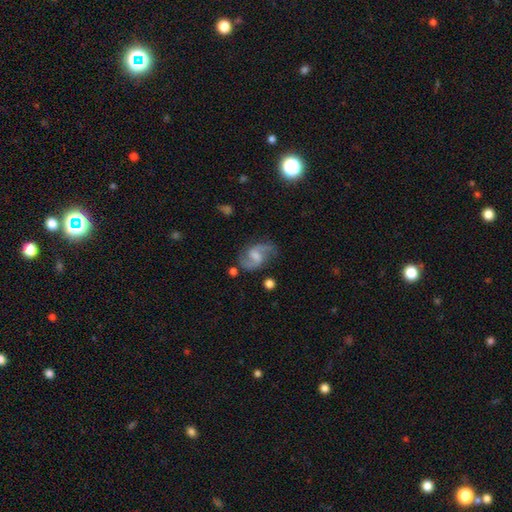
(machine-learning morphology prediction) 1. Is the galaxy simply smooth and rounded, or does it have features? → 81% featured or disk, 13% smooth, 6% star or artifact.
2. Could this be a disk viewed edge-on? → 98% no, 2% yes.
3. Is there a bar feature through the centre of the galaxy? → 56% weak, 26% no, 17% strong.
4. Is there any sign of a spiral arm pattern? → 95% yes, 5% no.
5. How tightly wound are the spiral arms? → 47% loose, 44% medium, 9% tight.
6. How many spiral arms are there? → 91% 2, 3% can't tell, 2% 1, 1% 3, 1% 4, 1% more than 4.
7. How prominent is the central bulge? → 35% small, 34% moderate, 25% none, 6% large, 1% dominant.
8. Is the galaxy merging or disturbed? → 72% none, 17% minor disturbance, 7% major disturbance, 3% merger.